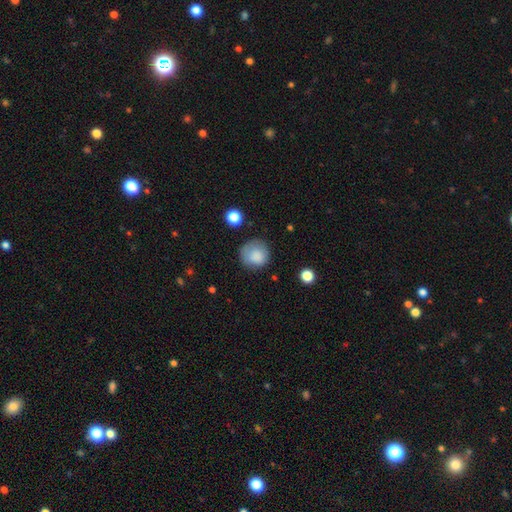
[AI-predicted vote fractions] A smooth galaxy with no disk features (83%) that is round (88%). Merging: none (69%).